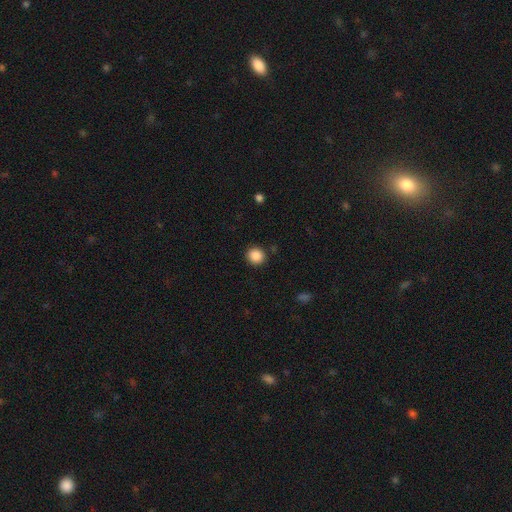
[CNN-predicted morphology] Smooth or featured? smooth (88%)
How rounded? round (90%)
Merging? none (89%)